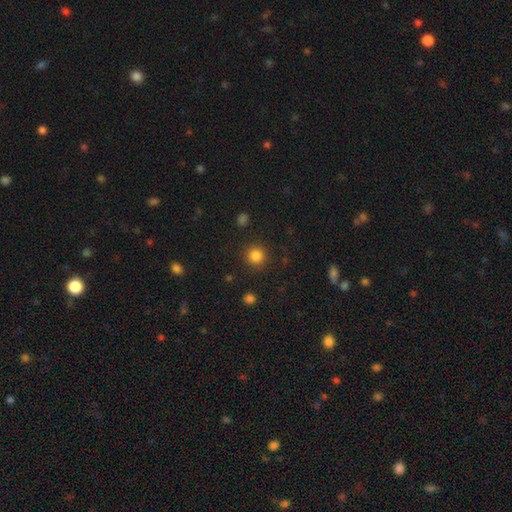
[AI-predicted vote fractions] Overall: smooth (84%). How rounded: round (94%). Merging: none (89%).